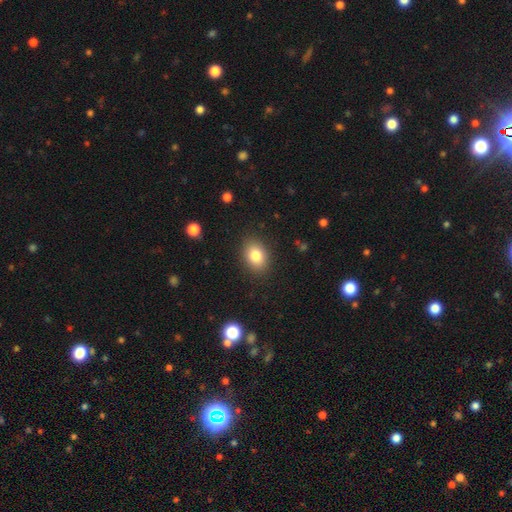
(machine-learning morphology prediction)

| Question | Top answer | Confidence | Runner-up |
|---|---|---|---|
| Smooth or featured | smooth | 82% | star or artifact (9%) |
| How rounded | in between | 69% | round (30%) |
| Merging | none | 87% | minor disturbance (9%) |